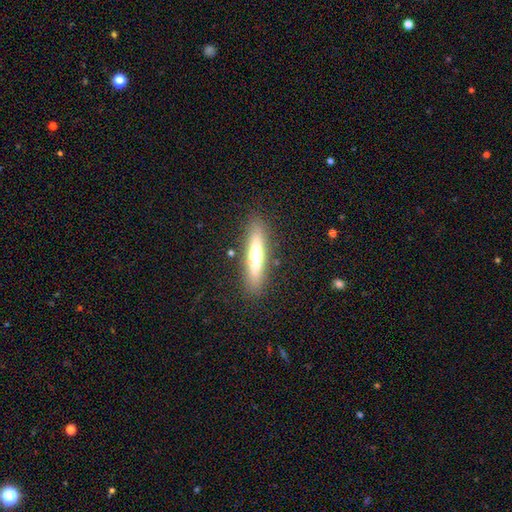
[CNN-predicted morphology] A smooth galaxy with no disk features (48%).

Vote fractions:
- Smooth or featured? smooth: 48% / featured or disk: 45% / star or artifact: 7%
- Merging? none: 87% / minor disturbance: 9% / major disturbance: 3% / merger: 2%